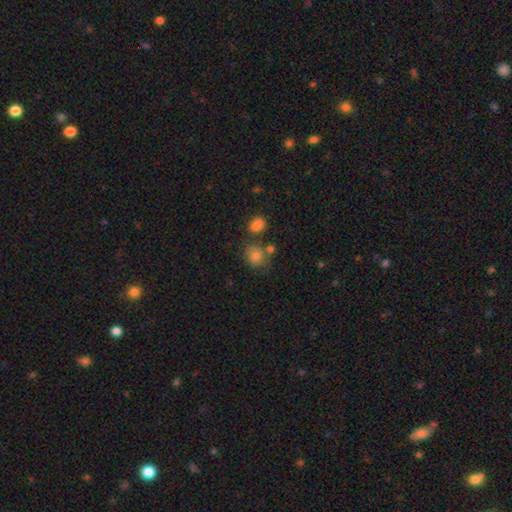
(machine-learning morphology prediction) Q: Smooth or featured?
A: smooth (78%); runner-up: star or artifact (12%)
Q: How rounded?
A: round (72%); runner-up: in between (27%)
Q: Merging?
A: none (57%); runner-up: merger (18%)